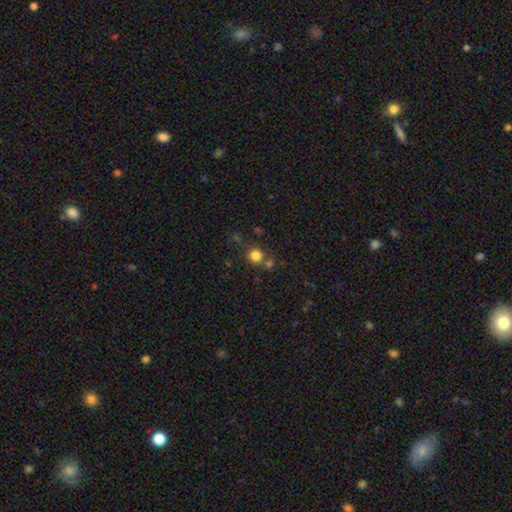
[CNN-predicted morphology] Q: Smooth or featured?
A: smooth (80%); runner-up: star or artifact (14%)
Q: How rounded?
A: round (91%); runner-up: in between (8%)
Q: Merging?
A: none (68%); runner-up: merger (18%)